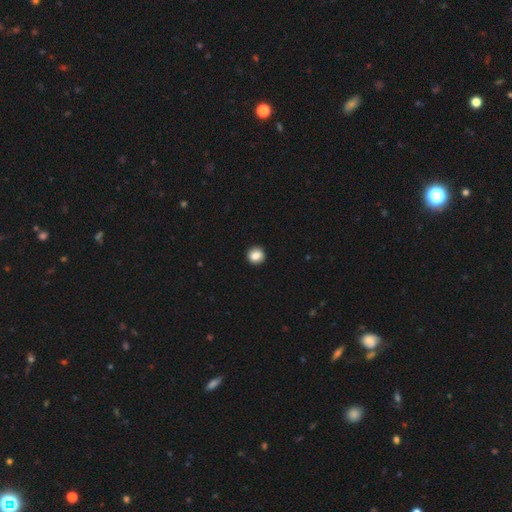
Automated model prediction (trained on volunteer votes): Smooth or featured: smooth — 85% (star or artifact — 9%)
How rounded: round — 90% (in between — 9%)
Merging: none — 92% (minor disturbance — 5%)